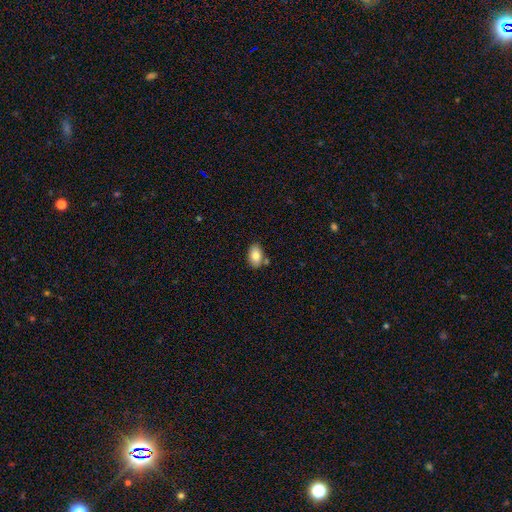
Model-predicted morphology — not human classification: smooth-or-featured: smooth: 82% | featured or disk: 11% | star or artifact: 7%
  how-rounded: in between: 90% | round: 8% | cigar-shaped: 1%
  merging: none: 76% | minor disturbance: 13% | merger: 8% | major disturbance: 3%